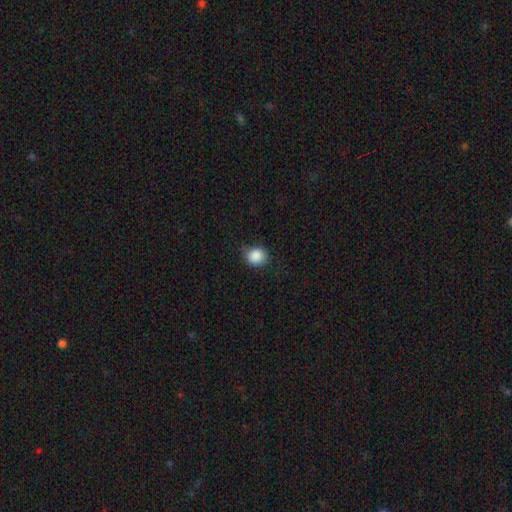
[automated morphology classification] A smooth galaxy with no disk features (88%) that is round (59%).

Vote fractions:
- Smooth or featured? smooth: 88% / star or artifact: 9% / featured or disk: 4%
- How rounded? round: 59% / in between: 40% / cigar-shaped: 1%
- Merging? none: 78% / minor disturbance: 18% / major disturbance: 4% / merger: 1%